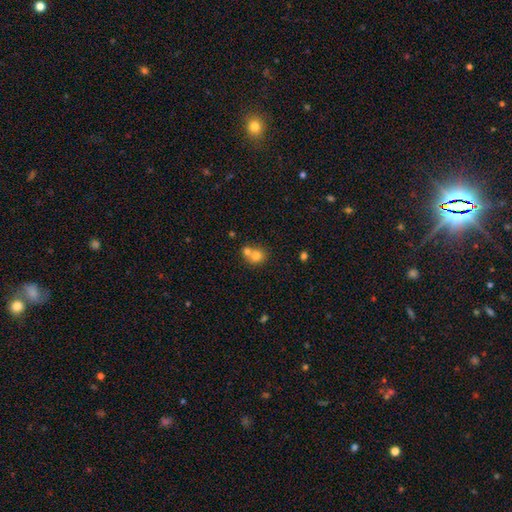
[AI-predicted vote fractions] Morphology: type=smooth (75%); roundness=round (80%); merging=merger (55%).